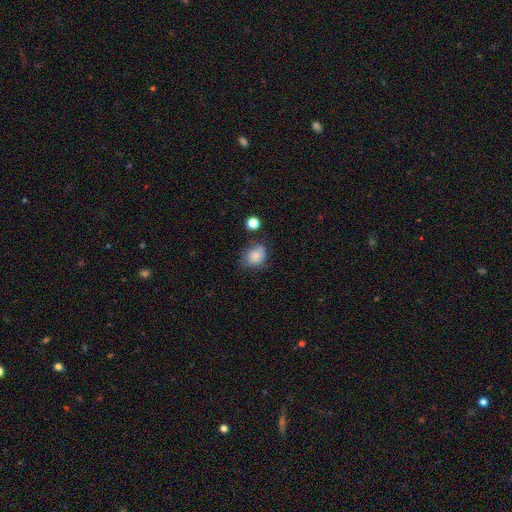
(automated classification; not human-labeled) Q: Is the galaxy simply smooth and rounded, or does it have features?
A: smooth — 81%.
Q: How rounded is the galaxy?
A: in between — 50%.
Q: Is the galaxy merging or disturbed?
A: none — 62%.